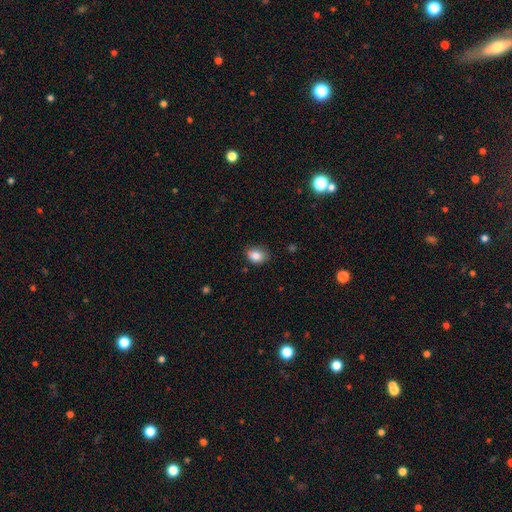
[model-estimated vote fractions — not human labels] Smooth or featured? Predicted: smooth (p=0.85). How rounded? Predicted: in between (p=0.62). Merging? Predicted: none (p=0.76).